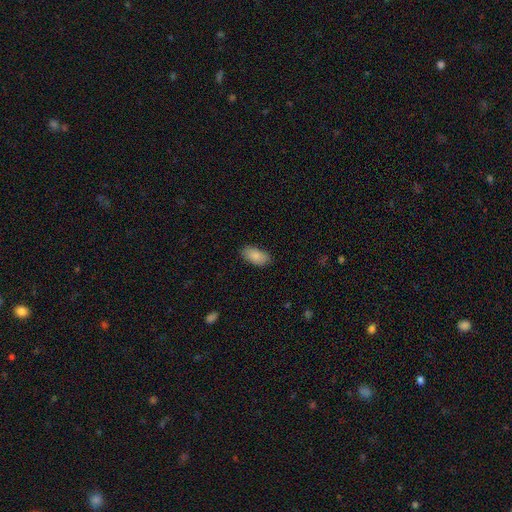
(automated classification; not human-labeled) This is clearly a smooth galaxy (87%). How rounded: clearly in between (94%). Merging: clearly none (85%).